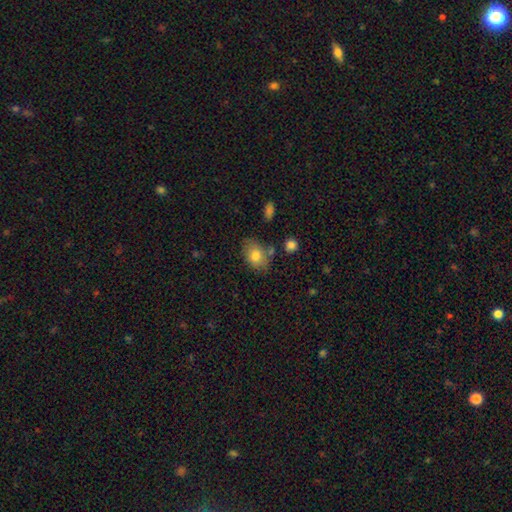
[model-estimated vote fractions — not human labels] Morphology: type=smooth (79%); roundness=in between (75%); merging=none (71%).